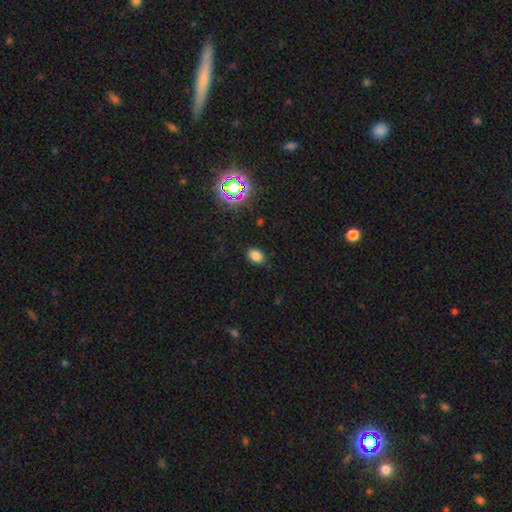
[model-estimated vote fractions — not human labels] A smooth galaxy with no disk features (79%) that is in between round and cigar-shaped (71%). Merging: none (86%).